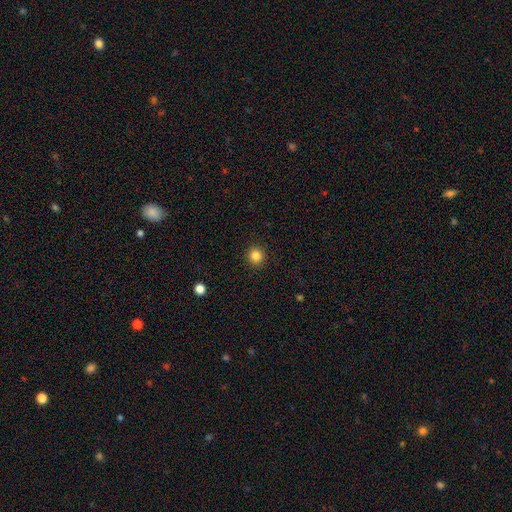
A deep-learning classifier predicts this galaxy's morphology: Smooth or featured: smooth — 84% (star or artifact — 12%)
How rounded: round — 93% (in between — 6%)
Merging: none — 93% (minor disturbance — 5%)